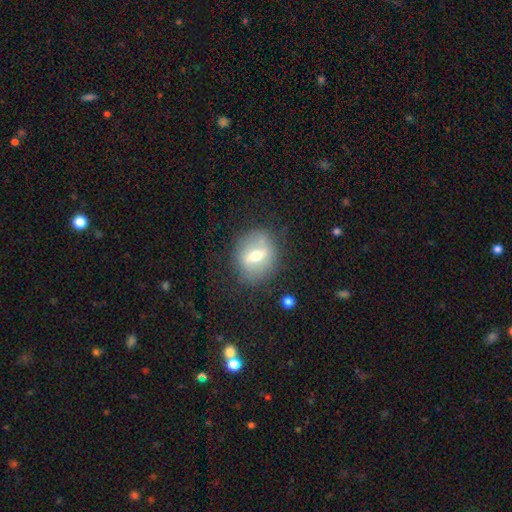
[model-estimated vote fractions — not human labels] A featured or disk galaxy (51%).

Vote fractions:
- Smooth or featured? featured or disk: 51% / smooth: 40% / star or artifact: 9%
- Edge-on disk? no: 80% / yes: 20%
- Merging? none: 80% / minor disturbance: 13% / major disturbance: 6% / merger: 1%